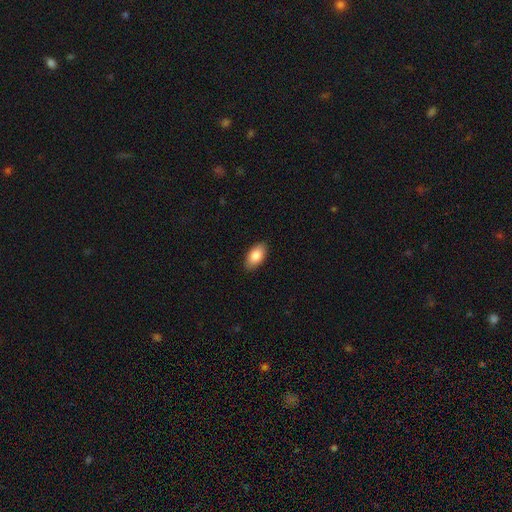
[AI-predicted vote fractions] The model was most divided on "smooth or featured": smooth: 85%, featured or disk: 9%, star or artifact: 6%. More confident: how rounded — in between (94%); merging — none (89%).